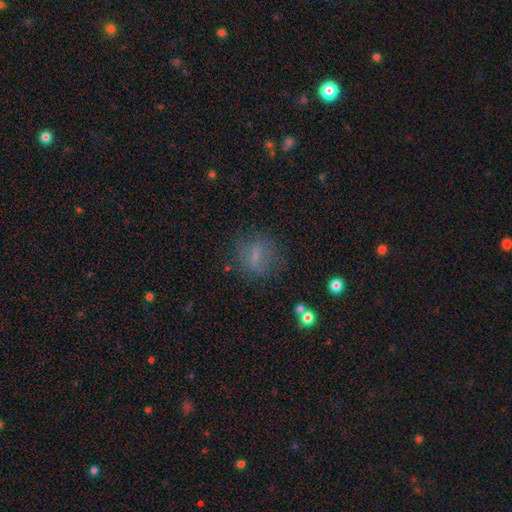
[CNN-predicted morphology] Smooth or featured? smooth (57%)
How rounded? round (57%)
Merging? none (74%)